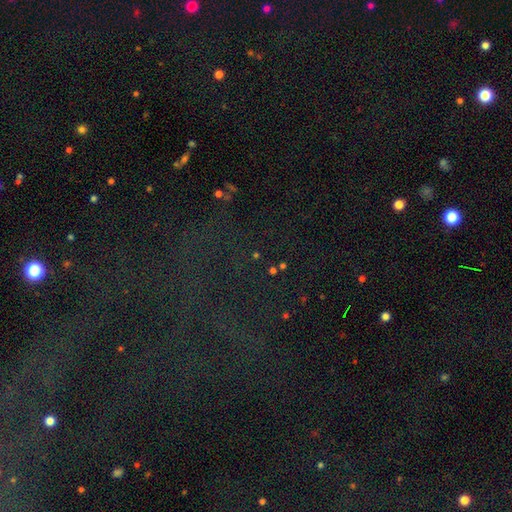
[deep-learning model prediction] This appears to be a star or artifact, not a galaxy (77%).